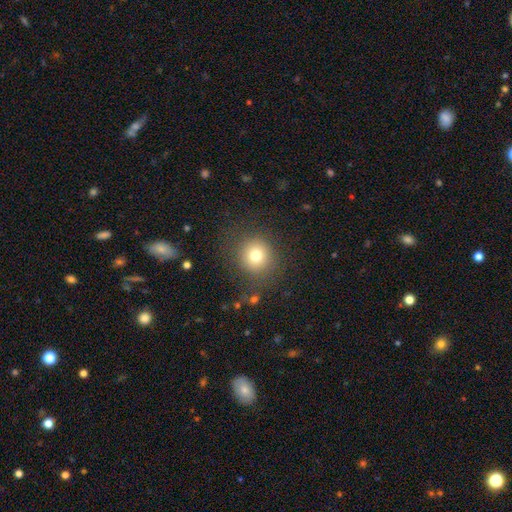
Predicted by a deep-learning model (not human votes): Smooth or featured? smooth (74%)
How rounded? round (91%)
Merging? none (83%)